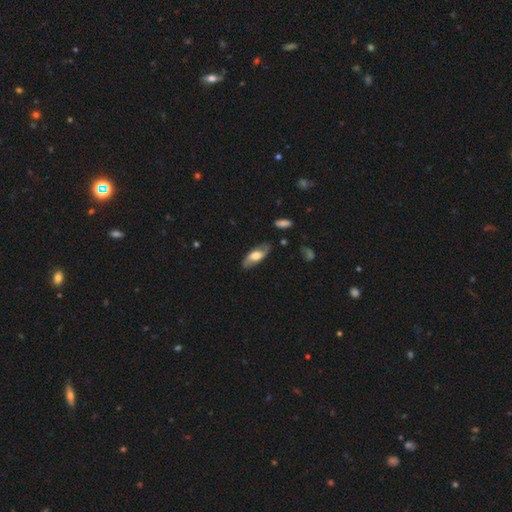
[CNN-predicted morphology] This is possibly a featured or disk galaxy (51%). It is likely not viewed edge-on (79%). Merging: likely none (80%).